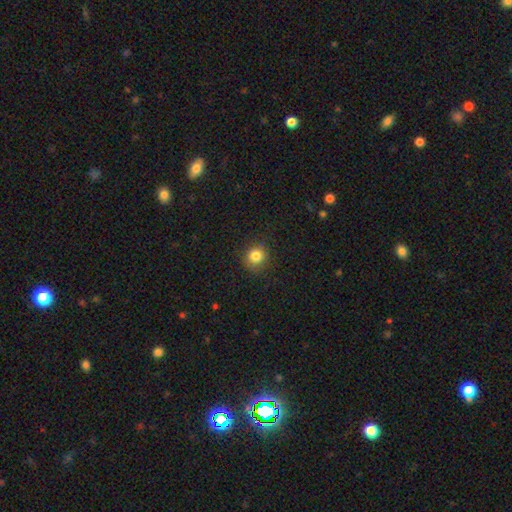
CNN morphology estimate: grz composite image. It shows a smooth galaxy with no disk features (83%) that is round (88%). Merging: none (86%).